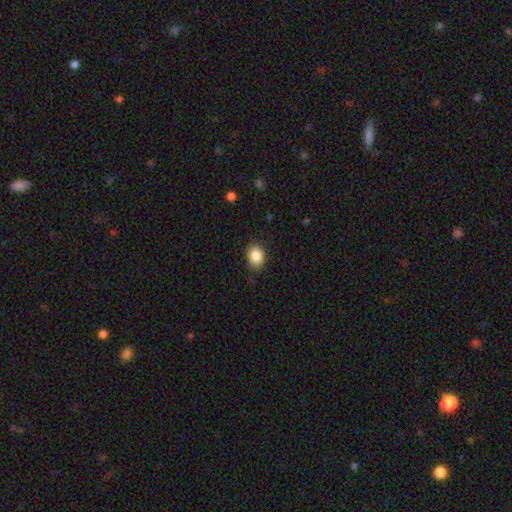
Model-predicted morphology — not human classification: Overall: smooth (87%). How rounded: in between (58%; round 41%). Merging: none (83%).